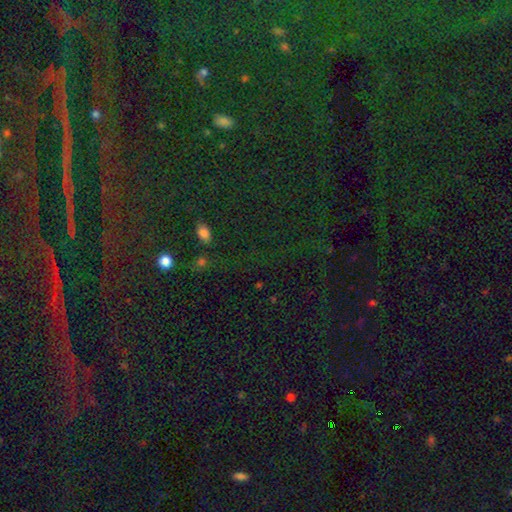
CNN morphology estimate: star or artifact 81%, smooth 11%, featured or disk 8%.